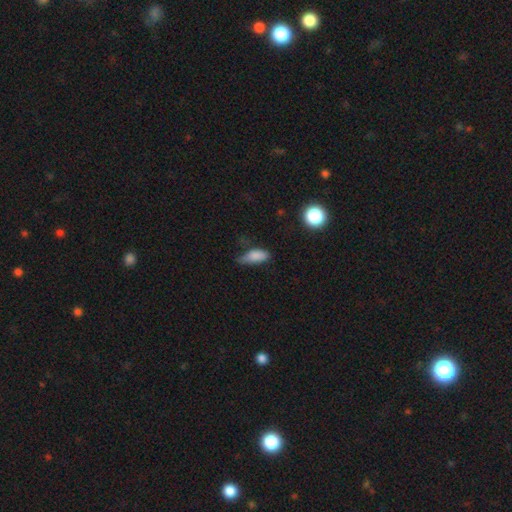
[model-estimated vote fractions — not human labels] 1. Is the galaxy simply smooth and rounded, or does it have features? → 82% smooth, 9% star or artifact, 9% featured or disk.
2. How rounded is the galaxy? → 77% in between, 19% cigar-shaped, 4% round.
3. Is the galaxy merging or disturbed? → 42% minor disturbance, 37% none, 18% major disturbance, 3% merger.